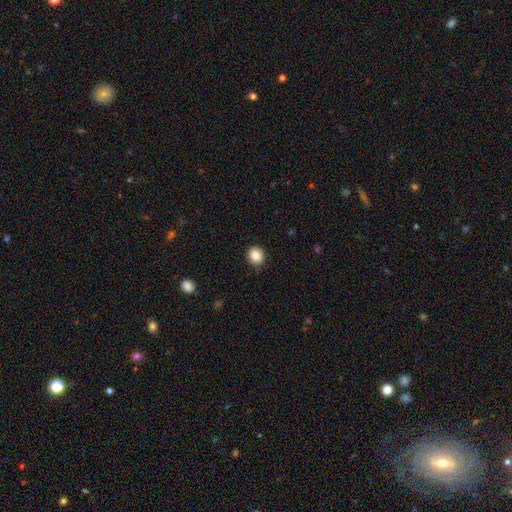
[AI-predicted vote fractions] Smooth or featured?
  - smooth: 86% *
  - star or artifact: 10%
  - featured or disk: 4%
How rounded?
  - round: 84% *
  - in between: 15%
  - cigar-shaped: 1%
Merging?
  - none: 90% *
  - minor disturbance: 7%
  - major disturbance: 2%
  - merger: 1%